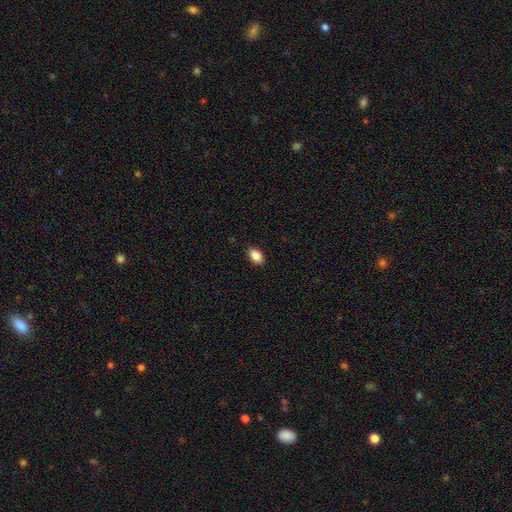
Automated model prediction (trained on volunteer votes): Smooth or featured?
  - smooth: 88% *
  - star or artifact: 8%
  - featured or disk: 5%
How rounded?
  - in between: 91% *
  - round: 7%
  - cigar-shaped: 2%
Merging?
  - none: 88% *
  - minor disturbance: 9%
  - major disturbance: 2%
  - merger: 1%